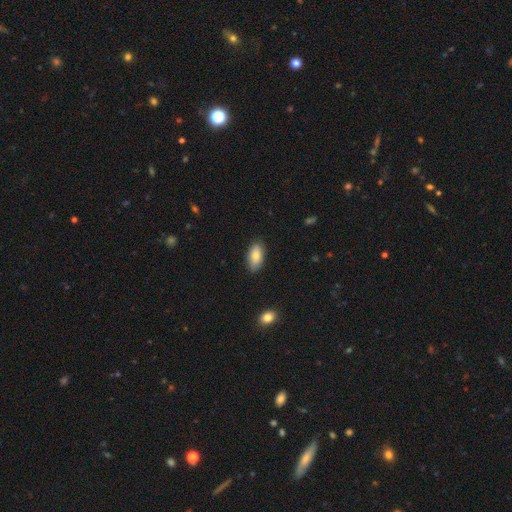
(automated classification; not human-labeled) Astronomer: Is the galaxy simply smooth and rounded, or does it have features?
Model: smooth — 81%.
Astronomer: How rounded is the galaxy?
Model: in between — 92%.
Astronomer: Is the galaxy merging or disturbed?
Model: none — 84%.